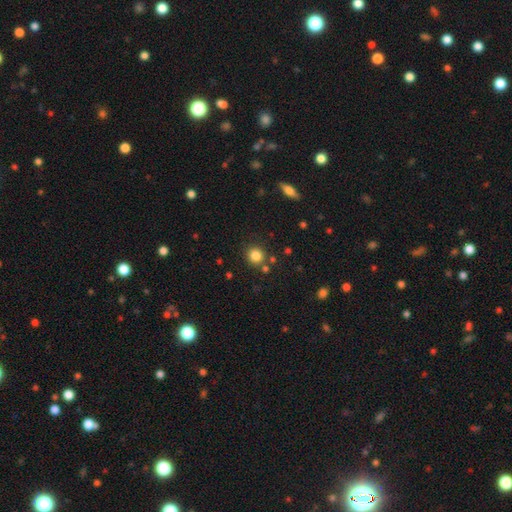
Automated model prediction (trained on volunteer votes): Q: Smooth or featured?
A: smooth (83%); runner-up: star or artifact (12%)
Q: How rounded?
A: round (91%); runner-up: in between (8%)
Q: Merging?
A: none (83%); runner-up: minor disturbance (8%)